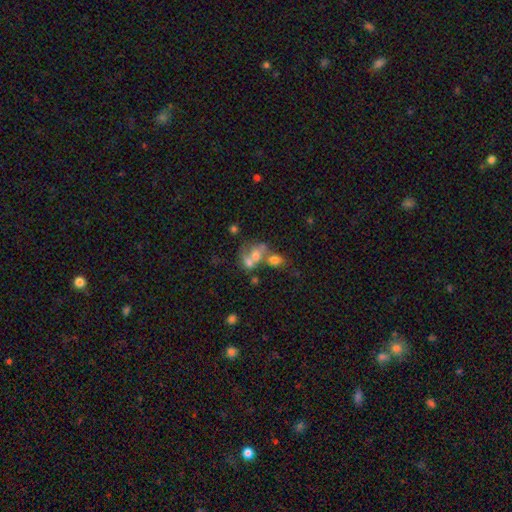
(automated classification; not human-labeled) Smooth or featured? smooth (55%)
How rounded? in between (59%)
Merging? merger (60%)